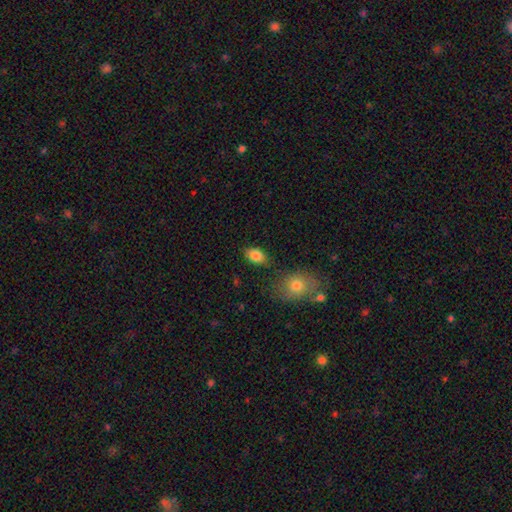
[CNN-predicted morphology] smooth_or_featured: smooth (p=0.84) [alt: star or artifact p=0.08]
how_rounded: in between (p=0.86) [alt: round p=0.13]
merging: none (p=0.80) [alt: minor disturbance p=0.12]